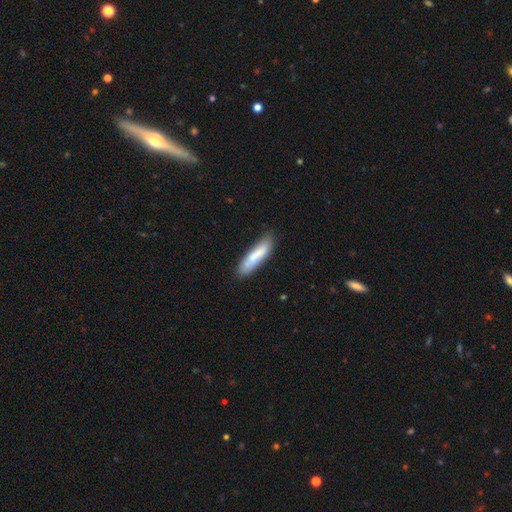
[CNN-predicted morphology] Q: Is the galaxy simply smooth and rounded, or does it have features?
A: smooth — 75%.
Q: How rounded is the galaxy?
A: cigar-shaped — 74%.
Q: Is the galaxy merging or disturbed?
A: none — 75%.